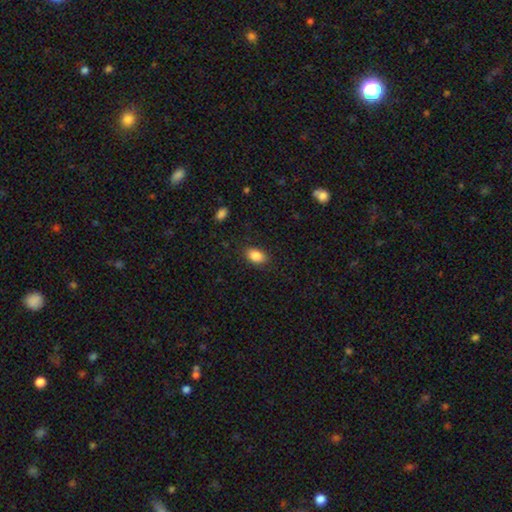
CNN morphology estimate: A smooth galaxy with no disk features (86%) that is in between round and cigar-shaped (87%).

Vote fractions:
- Smooth or featured? smooth: 86% / star or artifact: 8% / featured or disk: 5%
- How rounded? in between: 87% / round: 11% / cigar-shaped: 2%
- Merging? none: 86% / minor disturbance: 10% / major disturbance: 3% / merger: 1%